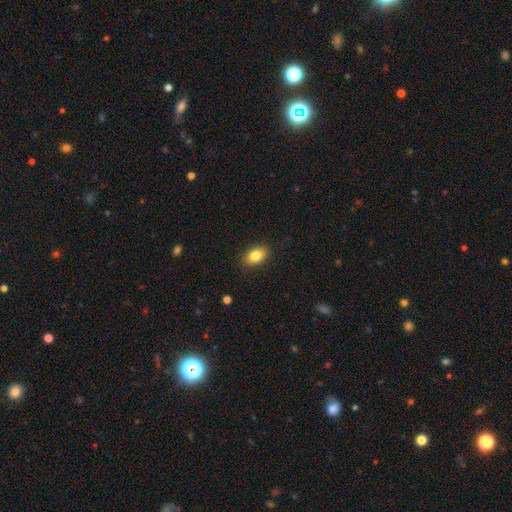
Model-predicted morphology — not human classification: smooth_or_featured: smooth (p=0.83) [alt: featured or disk p=0.09]
how_rounded: in between (p=0.90) [alt: round p=0.08]
merging: none (p=0.88) [alt: minor disturbance p=0.09]